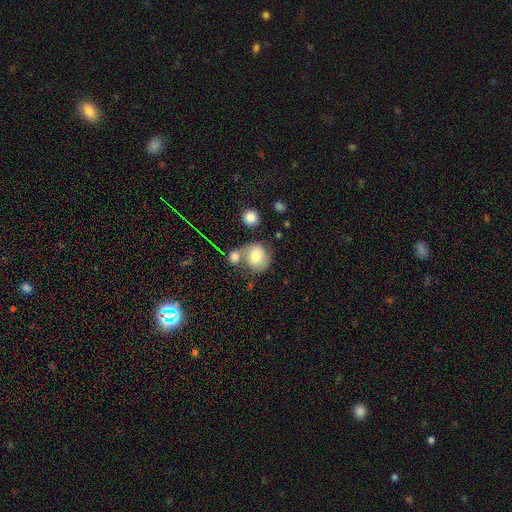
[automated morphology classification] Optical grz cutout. It shows a smooth galaxy with no disk features (67%) that is round (70%). Merging: none (40%).